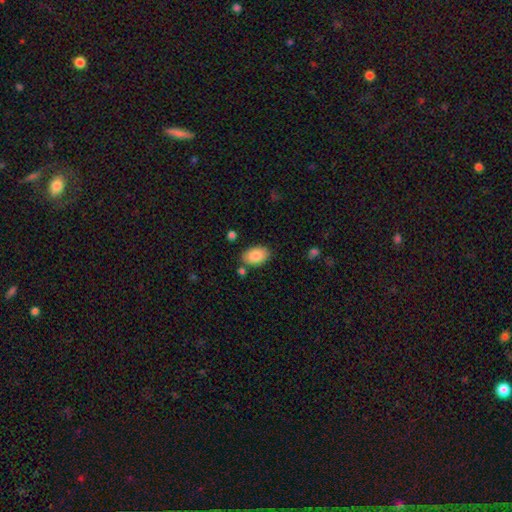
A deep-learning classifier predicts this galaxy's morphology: type=smooth (87%); roundness=in between (93%); merging=none (82%).